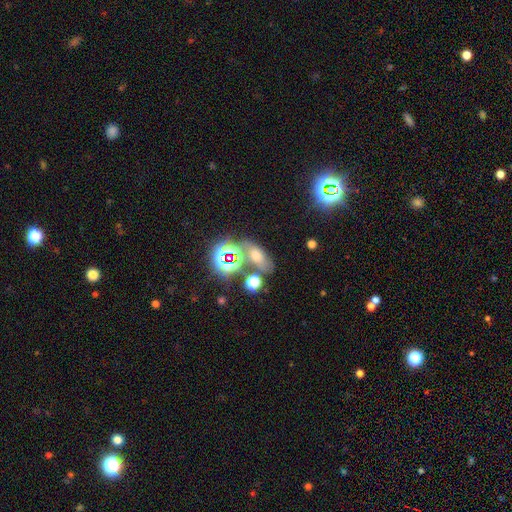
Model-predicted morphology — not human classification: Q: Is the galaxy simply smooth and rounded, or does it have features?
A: star or artifact — 43%.